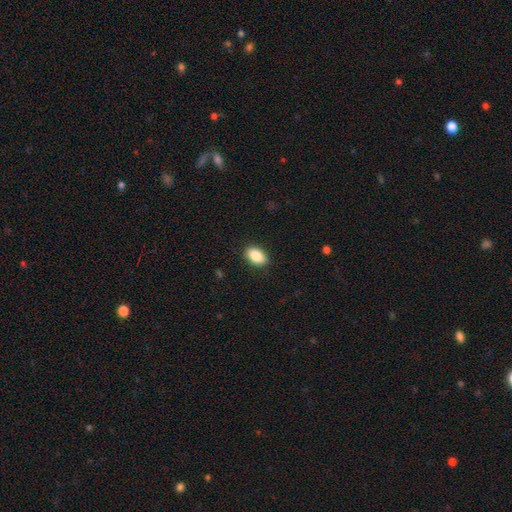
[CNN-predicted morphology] Q: Smooth or featured?
A: smooth (87%); runner-up: star or artifact (7%)
Q: How rounded?
A: in between (91%); runner-up: round (7%)
Q: Merging?
A: none (88%); runner-up: minor disturbance (9%)